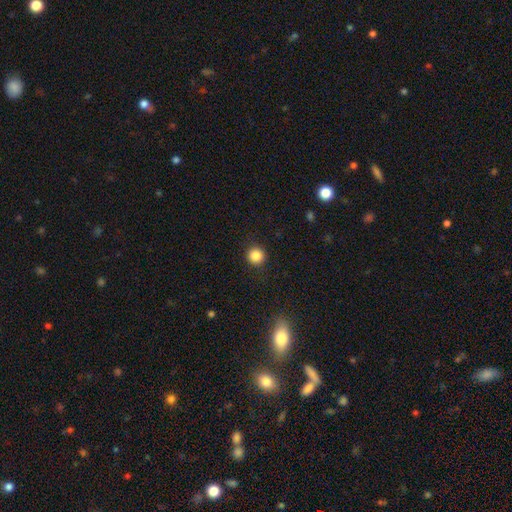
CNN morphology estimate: This appears to be a smooth galaxy with no disk features (86%) that is round (95%). Merging: none (91%).